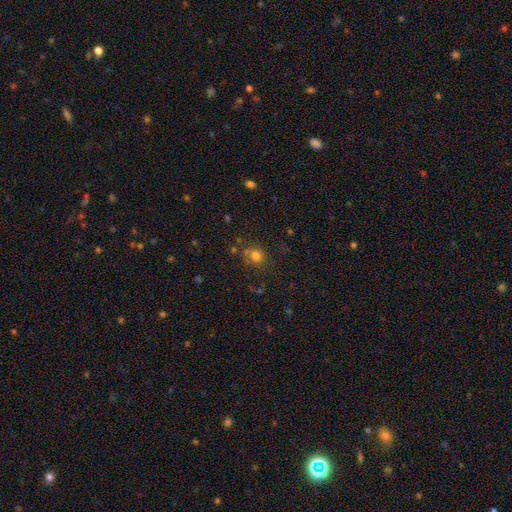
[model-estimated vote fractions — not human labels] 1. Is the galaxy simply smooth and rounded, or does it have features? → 76% smooth, 16% star or artifact, 7% featured or disk.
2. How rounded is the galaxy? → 79% round, 20% in between, 1% cigar-shaped.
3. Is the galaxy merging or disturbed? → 71% none, 15% minor disturbance, 9% merger, 6% major disturbance.